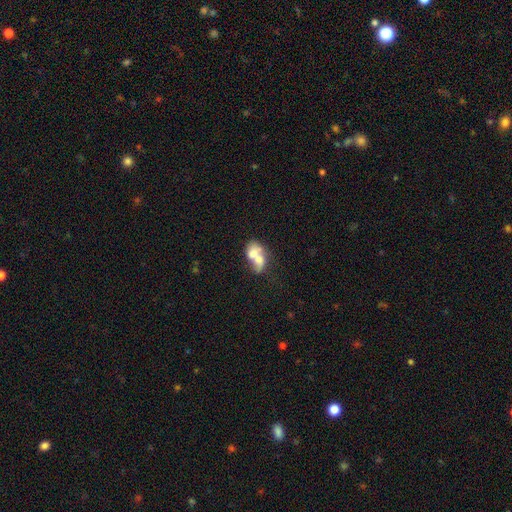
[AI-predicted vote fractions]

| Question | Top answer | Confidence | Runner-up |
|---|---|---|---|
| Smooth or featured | smooth | 58% | featured or disk (34%) |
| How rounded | in between | 73% | round (25%) |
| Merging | merger | 72% | none (14%) |